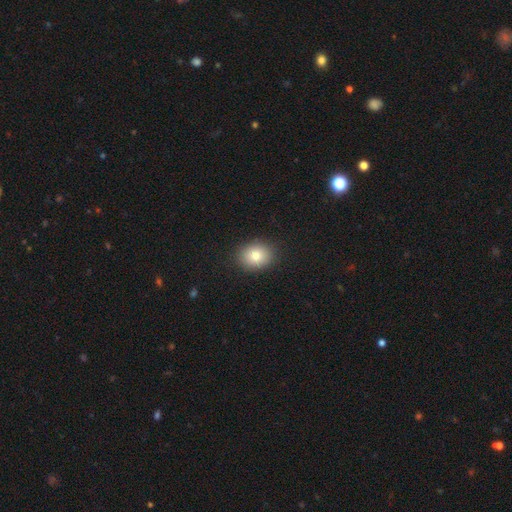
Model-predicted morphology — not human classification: Smooth or featured? smooth (81%)
How rounded? round (52%)
Merging? none (89%)